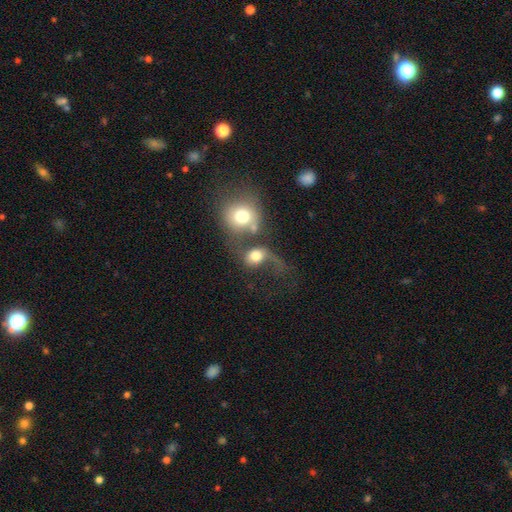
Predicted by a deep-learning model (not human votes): Smooth or featured?
  - smooth: 61% *
  - featured or disk: 28%
  - star or artifact: 11%
How rounded?
  - round: 59% *
  - in between: 40%
  - cigar-shaped: 2%
Merging?
  - merger: 42% *
  - major disturbance: 29%
  - none: 19%
  - minor disturbance: 10%